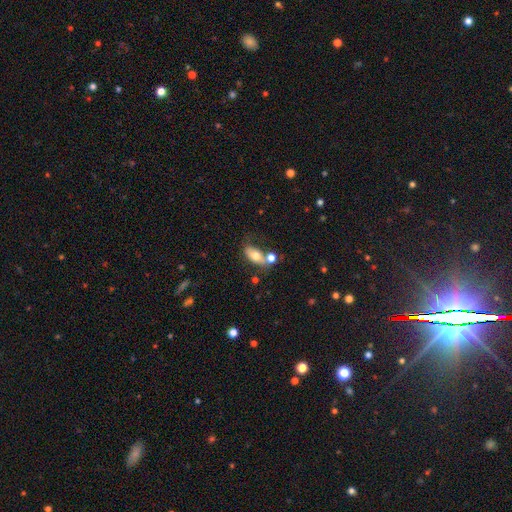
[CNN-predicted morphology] smooth 67%, featured or disk 24%, star or artifact 9%. Down the decision tree: how rounded — in between (84%); merging — none (43%).